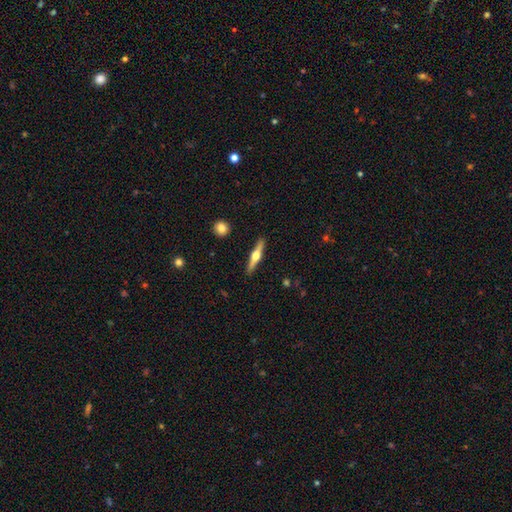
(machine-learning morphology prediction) A featured or disk galaxy (69%) viewed edge-on (97%) with a rounded central bulge (95%).

Vote fractions:
- Smooth or featured? featured or disk: 69% / smooth: 26% / star or artifact: 5%
- Edge-on disk? yes: 97% / no: 3%
- Edge-on bulge? rounded: 95% / boxy: 3% / none: 2%
- Merging? none: 91% / minor disturbance: 6% / major disturbance: 1% / merger: 1%